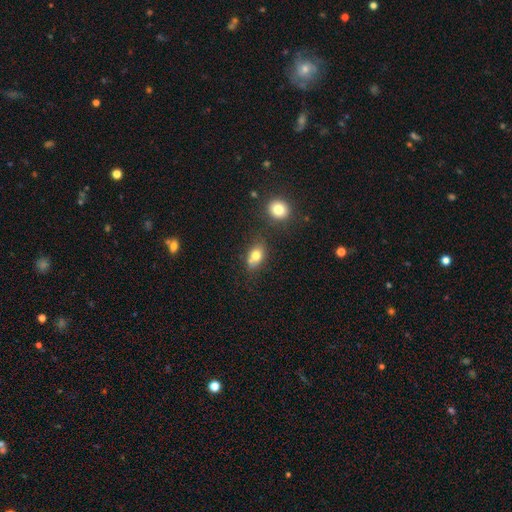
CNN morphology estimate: Smooth or featured: smooth — 76% (featured or disk — 14%)
How rounded: in between — 76% (round — 22%)
Merging: none — 64% (minor disturbance — 17%)